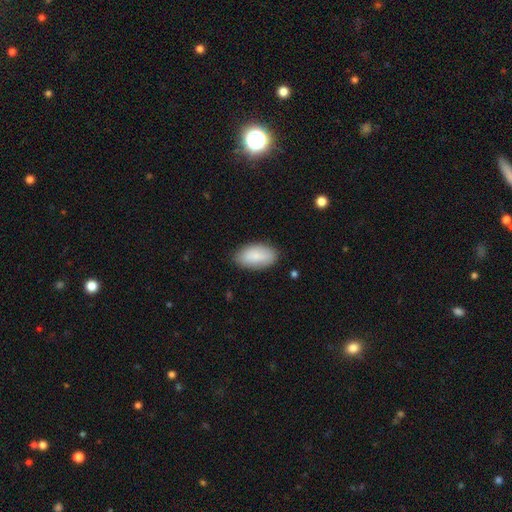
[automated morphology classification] This is clearly a smooth galaxy (85%). How rounded: clearly in between (94%). Merging: clearly none (84%).